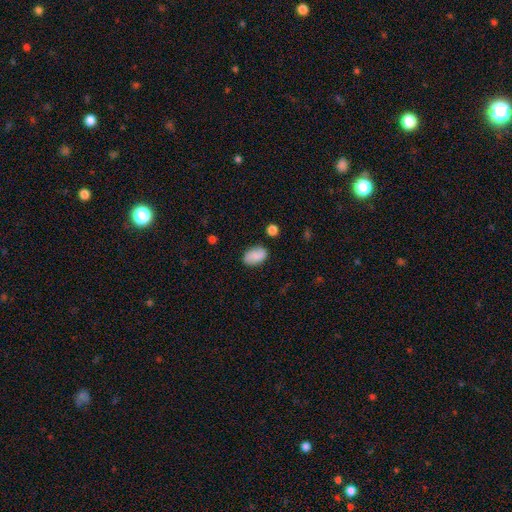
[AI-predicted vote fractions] Smooth or featured? smooth (82%)
How rounded? in between (91%)
Merging? none (81%)